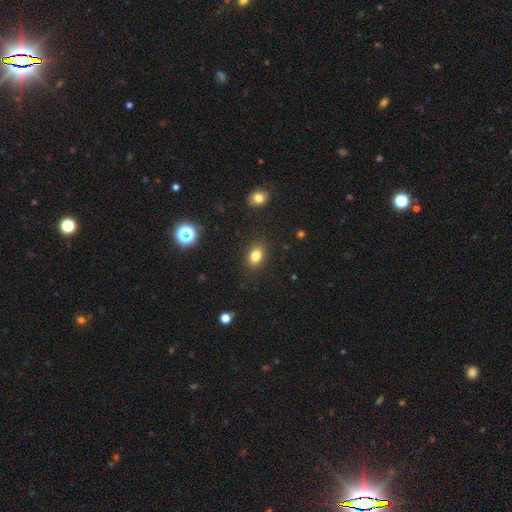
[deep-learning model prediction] Overall: smooth (81%). How rounded: in between (75%). Merging: none (87%).